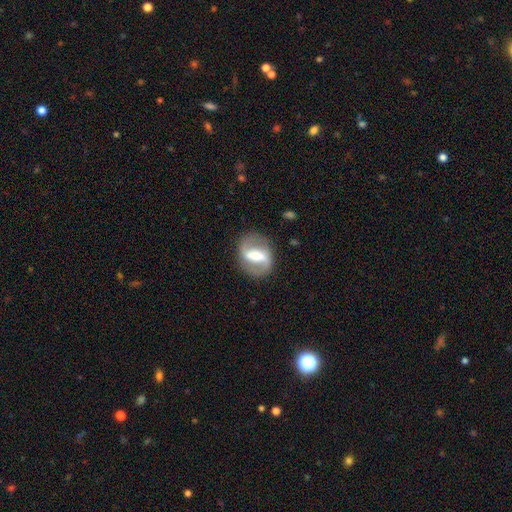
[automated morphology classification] Q: Smooth or featured?
A: featured or disk (78%); runner-up: smooth (17%)
Q: Edge-on disk?
A: no (94%); runner-up: yes (6%)
Q: Bar?
A: strong (67%); runner-up: weak (25%)
Q: Spiral arms?
A: yes (78%); runner-up: no (22%)
Q: Spiral winding?
A: medium (45%); runner-up: loose (35%)
Q: Spiral arm count?
A: 2 (89%); runner-up: can't tell (5%)
Q: Bulge size?
A: moderate (50%); runner-up: small (26%)
Q: Merging?
A: none (83%); runner-up: minor disturbance (10%)